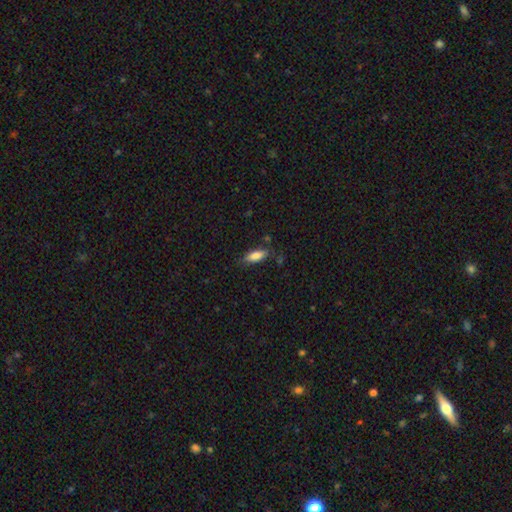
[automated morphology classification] The model was most divided on "how rounded": in between: 68%, cigar-shaped: 30%, round: 2%. More confident: smooth or featured — smooth (83%); merging — none (78%).